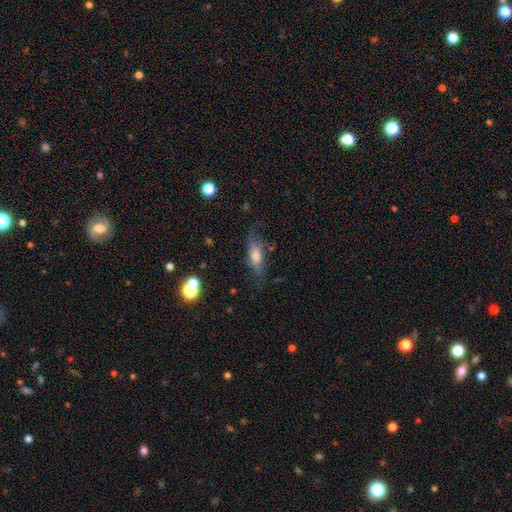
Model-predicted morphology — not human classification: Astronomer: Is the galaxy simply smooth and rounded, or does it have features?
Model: smooth — 54% (runner-up: featured or disk, 36%).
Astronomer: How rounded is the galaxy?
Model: in between — 60% (runner-up: cigar-shaped, 35%).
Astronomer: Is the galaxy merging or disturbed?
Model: none — 60%.